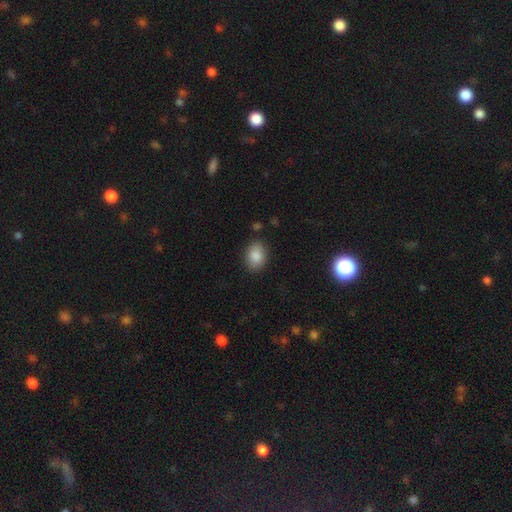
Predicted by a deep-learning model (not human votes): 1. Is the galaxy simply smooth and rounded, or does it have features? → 86% smooth, 8% star or artifact, 6% featured or disk.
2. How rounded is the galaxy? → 75% in between, 24% round, 1% cigar-shaped.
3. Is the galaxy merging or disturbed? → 85% none, 10% minor disturbance, 3% major disturbance, 2% merger.